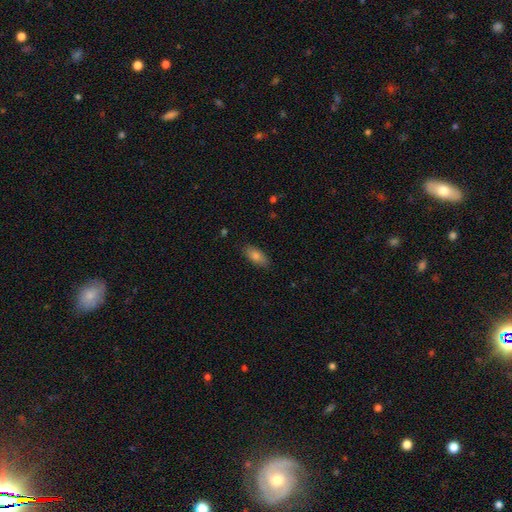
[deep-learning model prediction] A smooth galaxy with no disk features (79%) that is in between round and cigar-shaped (87%).

Vote fractions:
- Smooth or featured? smooth: 79% / featured or disk: 13% / star or artifact: 8%
- How rounded? in between: 87% / cigar-shaped: 9% / round: 3%
- Merging? none: 86% / minor disturbance: 11% / major disturbance: 2% / merger: 1%